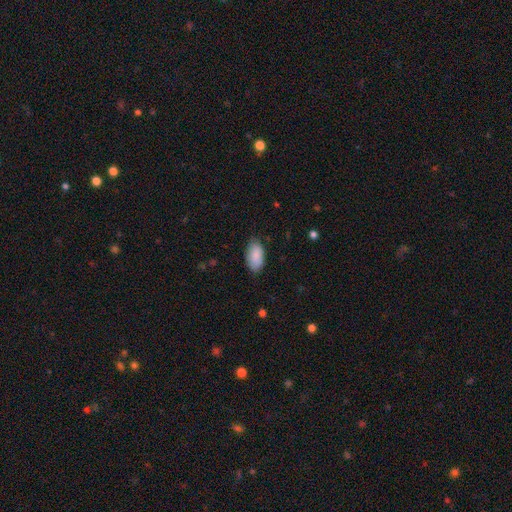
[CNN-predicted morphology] Overall: smooth (89%). How rounded: in between (95%). Merging: none (80%).